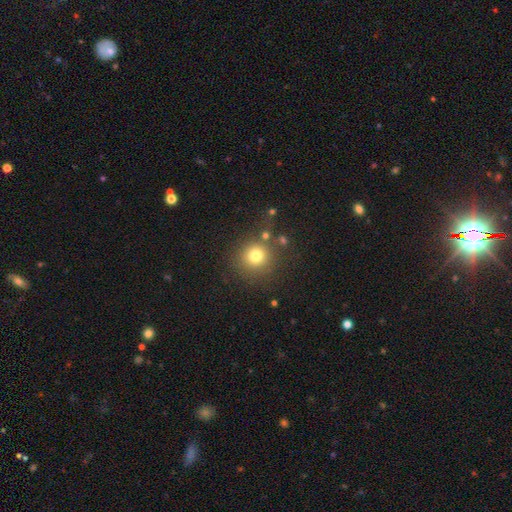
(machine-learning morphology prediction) This is likely a smooth galaxy (77%). How rounded: clearly round (92%). Merging: likely none (78%).